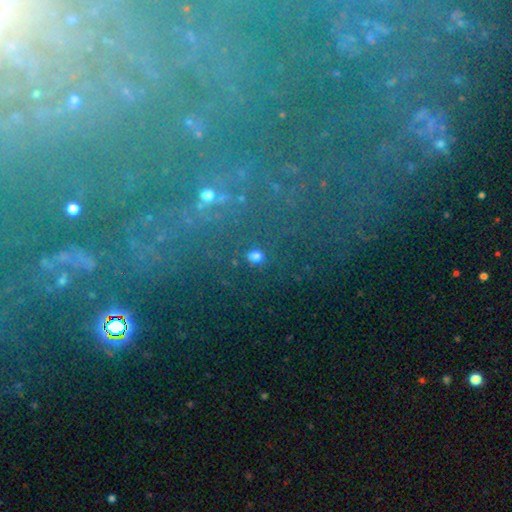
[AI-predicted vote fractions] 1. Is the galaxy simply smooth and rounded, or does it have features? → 61% smooth, 28% star or artifact, 11% featured or disk.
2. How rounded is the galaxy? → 64% round, 33% in between, 3% cigar-shaped.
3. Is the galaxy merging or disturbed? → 82% none, 9% minor disturbance, 5% major disturbance, 4% merger.